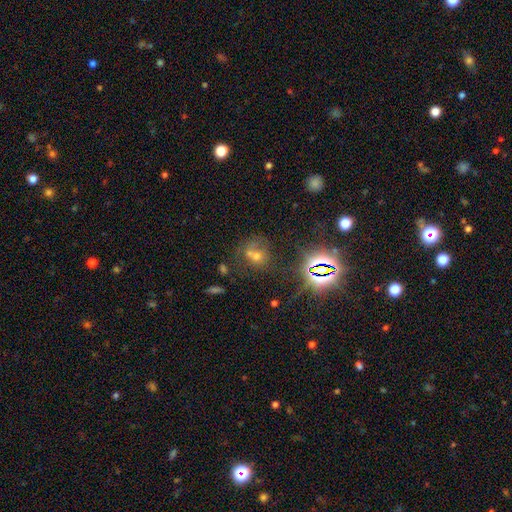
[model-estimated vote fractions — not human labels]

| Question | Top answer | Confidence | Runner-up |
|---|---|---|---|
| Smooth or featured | star or artifact | 41% | tied: smooth (41%) |